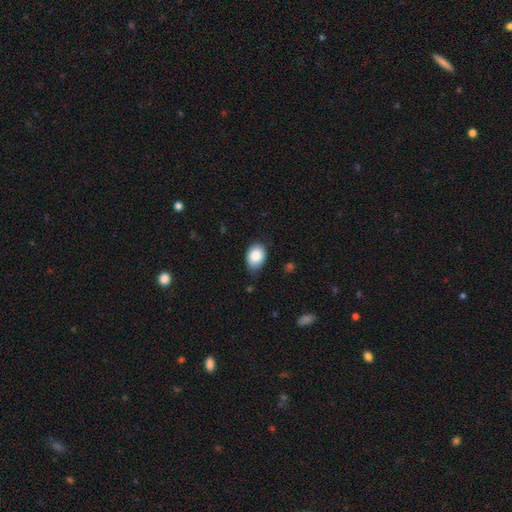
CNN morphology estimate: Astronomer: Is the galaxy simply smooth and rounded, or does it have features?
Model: smooth — 86%.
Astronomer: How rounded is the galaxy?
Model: in between — 77%.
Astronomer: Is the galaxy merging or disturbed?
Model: none — 72%.